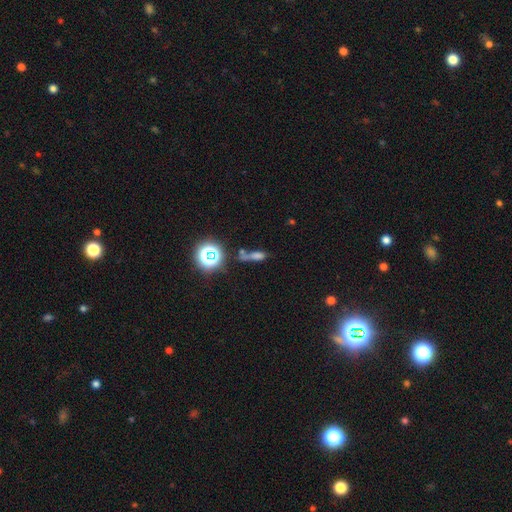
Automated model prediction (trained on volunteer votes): Overall: smooth (46%; star or artifact 36%). Merging: none (54%; merger 20%).